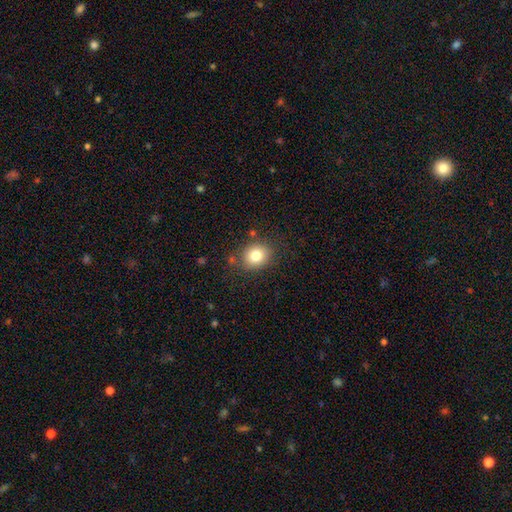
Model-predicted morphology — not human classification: This appears to be a smooth galaxy with no disk features (80%) that is round (63%). Merging: none (82%).